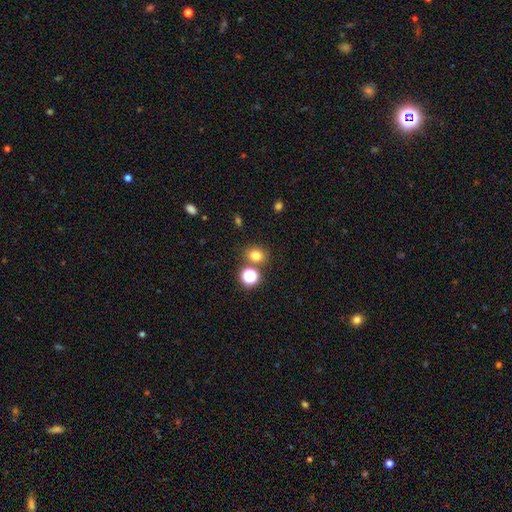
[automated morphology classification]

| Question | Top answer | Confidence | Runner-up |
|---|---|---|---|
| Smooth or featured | smooth | 76% | star or artifact (18%) |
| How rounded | round | 67% | in between (32%) |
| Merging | none | 75% | merger (12%) |